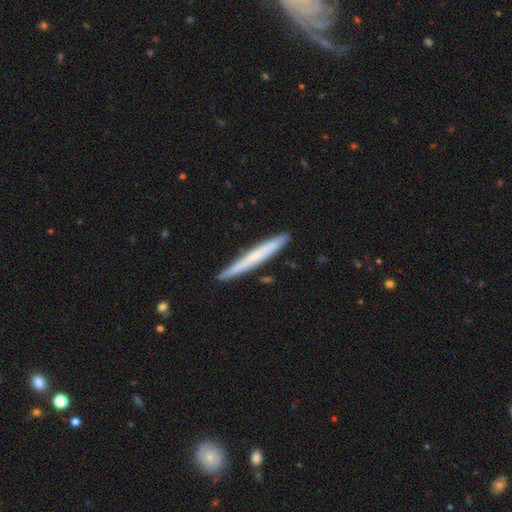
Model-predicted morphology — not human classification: Overall: smooth (51%; featured or disk 43%). How rounded: cigar-shaped (97%). Merging: none (88%).